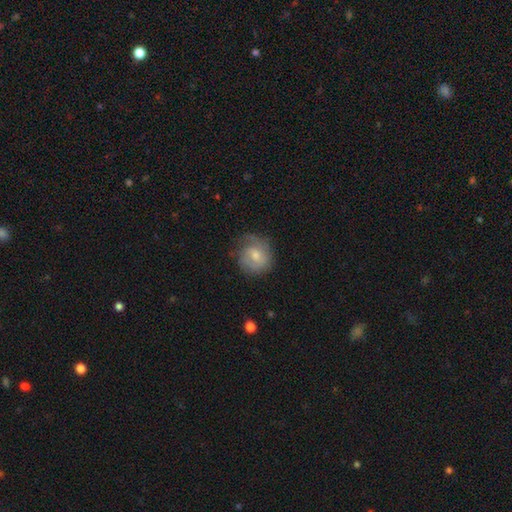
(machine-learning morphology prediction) Overall: featured or disk (50%; smooth 43%). Edge-on disk: no (97%). Merging: none (64%; minor disturbance 24%).